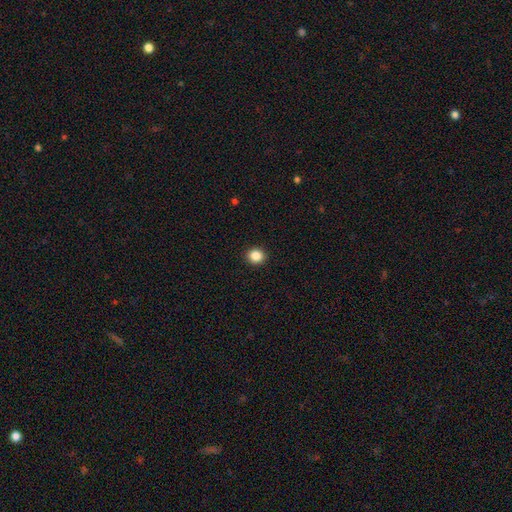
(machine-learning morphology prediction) Smooth or featured?
  - smooth: 86% *
  - star or artifact: 10%
  - featured or disk: 4%
How rounded?
  - round: 79% *
  - in between: 20%
  - cigar-shaped: 1%
Merging?
  - none: 92% *
  - minor disturbance: 5%
  - major disturbance: 2%
  - merger: 1%